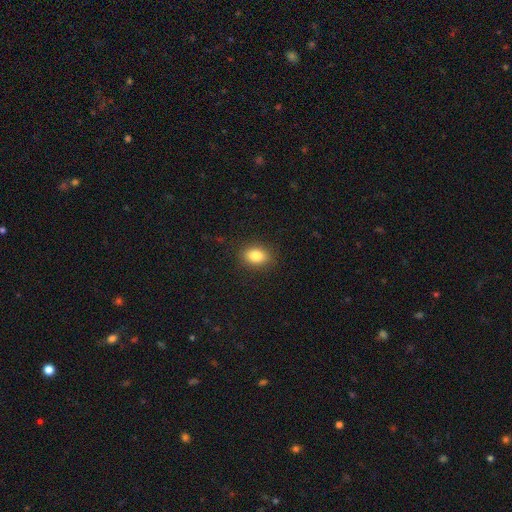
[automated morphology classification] Smooth or featured?
  - smooth: 84% *
  - star or artifact: 9%
  - featured or disk: 7%
How rounded?
  - in between: 73% *
  - round: 25%
  - cigar-shaped: 1%
Merging?
  - none: 88% *
  - minor disturbance: 9%
  - major disturbance: 3%
  - merger: 1%